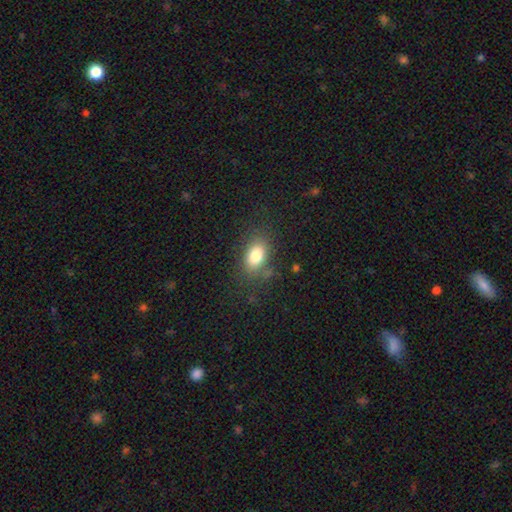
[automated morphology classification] type=smooth (81%); roundness=in between (85%); merging=none (78%).